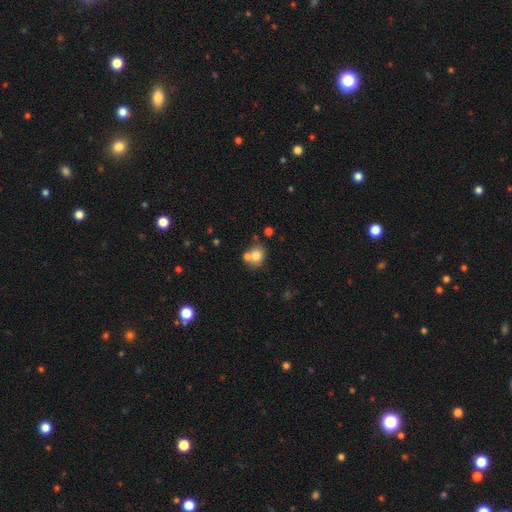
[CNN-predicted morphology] Smooth or featured: smooth — 77% (featured or disk — 12%)
How rounded: round — 69% (in between — 30%)
Merging: none — 54% (merger — 31%)